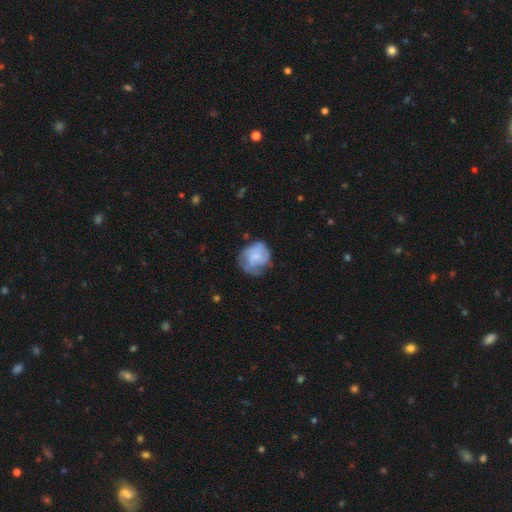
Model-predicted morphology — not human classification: type=featured or disk (48%); merging=none (53%).